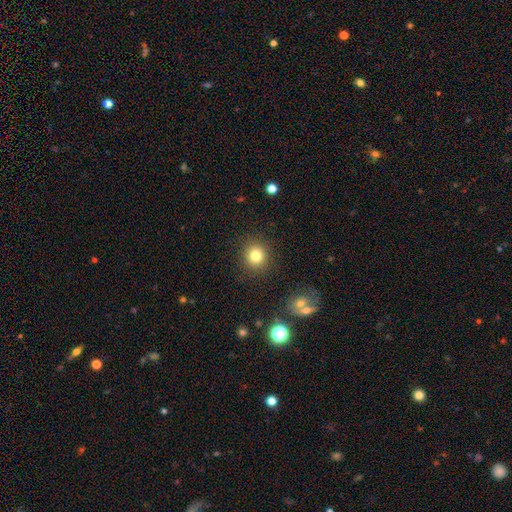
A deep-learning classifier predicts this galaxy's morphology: This appears to be a smooth galaxy with no disk features (80%) that is round (89%). Merging: none (89%).